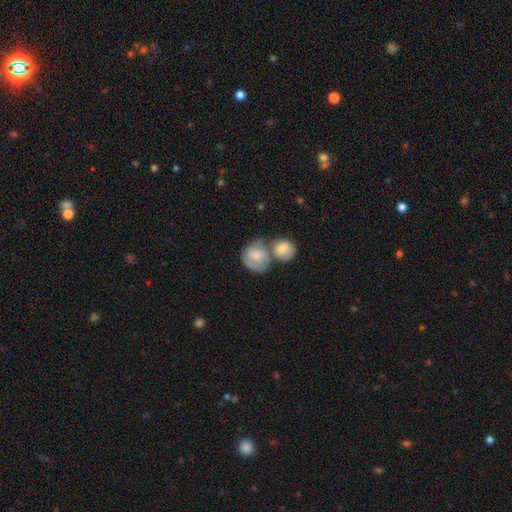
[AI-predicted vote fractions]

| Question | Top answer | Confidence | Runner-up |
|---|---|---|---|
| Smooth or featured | smooth | 61% | featured or disk (33%) |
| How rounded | round | 73% | in between (26%) |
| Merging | merger | 56% | none (24%) |